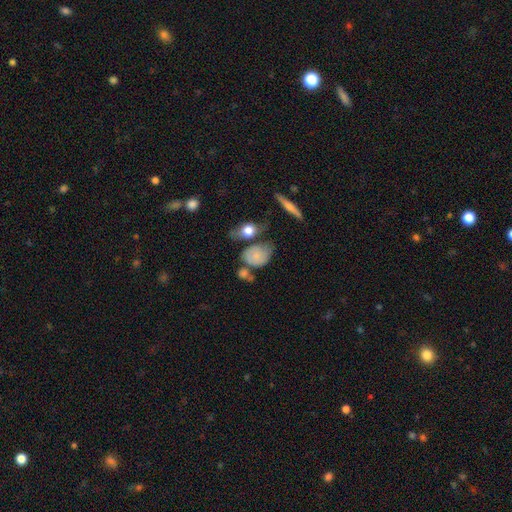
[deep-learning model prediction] smooth-or-featured: smooth: 71% | featured or disk: 19% | star or artifact: 10%
  how-rounded: in between: 62% | round: 35% | cigar-shaped: 2%
  merging: none: 43% | minor disturbance: 24% | merger: 22% | major disturbance: 11%